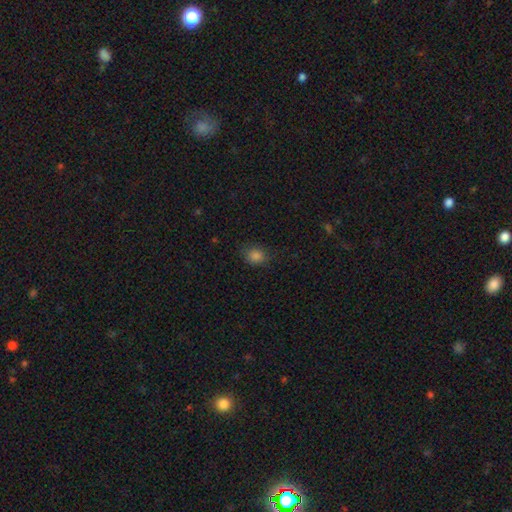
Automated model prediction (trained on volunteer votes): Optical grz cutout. It shows a smooth galaxy with no disk features (83%) that is round (68%). Merging: none (81%).